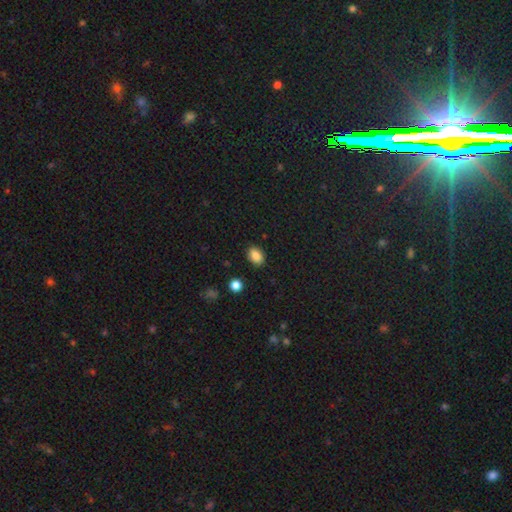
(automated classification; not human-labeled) Q: Smooth or featured?
A: smooth (86%); runner-up: star or artifact (9%)
Q: How rounded?
A: in between (78%); runner-up: round (21%)
Q: Merging?
A: none (87%); runner-up: minor disturbance (9%)